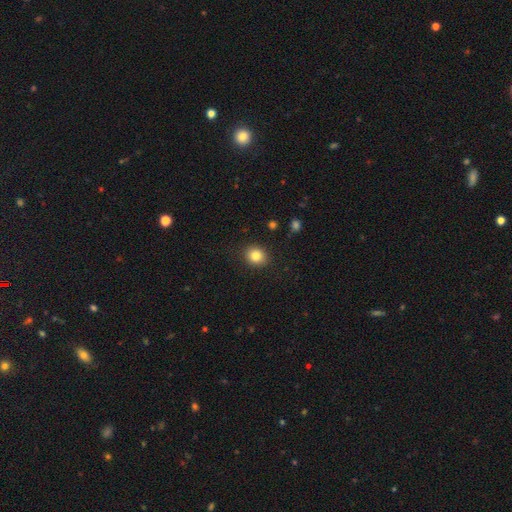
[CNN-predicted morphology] Q: Smooth or featured?
A: smooth (83%); runner-up: star or artifact (10%)
Q: How rounded?
A: round (76%); runner-up: in between (24%)
Q: Merging?
A: none (90%); runner-up: minor disturbance (7%)